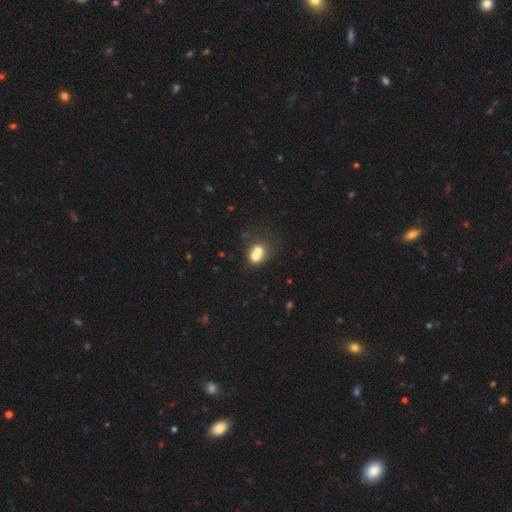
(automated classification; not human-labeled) Smooth or featured?
  - smooth: 64% *
  - featured or disk: 23%
  - star or artifact: 12%
How rounded?
  - round: 69% *
  - in between: 30%
  - cigar-shaped: 1%
Merging?
  - merger: 64% *
  - none: 25%
  - minor disturbance: 6%
  - major disturbance: 4%